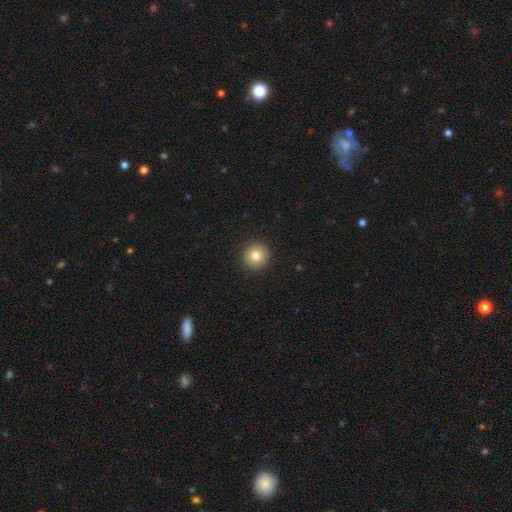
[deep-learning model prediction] smooth-or-featured: smooth: 81% | featured or disk: 9% | star or artifact: 9%
  how-rounded: round: 94% | in between: 5% | cigar-shaped: 1%
  merging: none: 92% | minor disturbance: 5% | major disturbance: 2% | merger: 1%